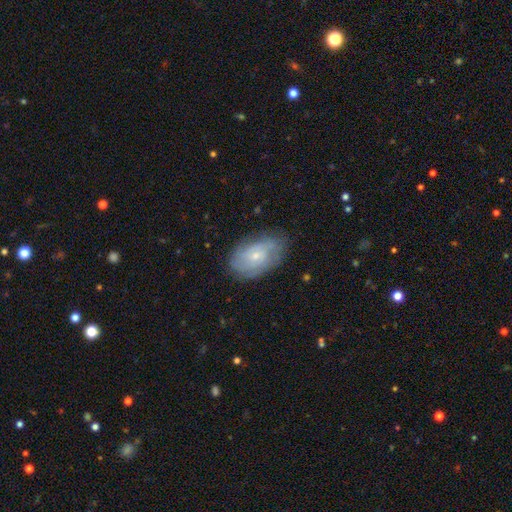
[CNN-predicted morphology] smooth_or_featured: featured or disk (p=0.59) [alt: smooth p=0.34]
disk_edge_on: no (p=0.95) [alt: yes p=0.05]
bar: no (p=0.73) [alt: weak p=0.24]
has_spiral_arms: yes (p=0.80) [alt: no p=0.20]
bulge_size: small (p=0.68) [alt: moderate p=0.27]
merging: none (p=0.69) [alt: minor disturbance p=0.23]